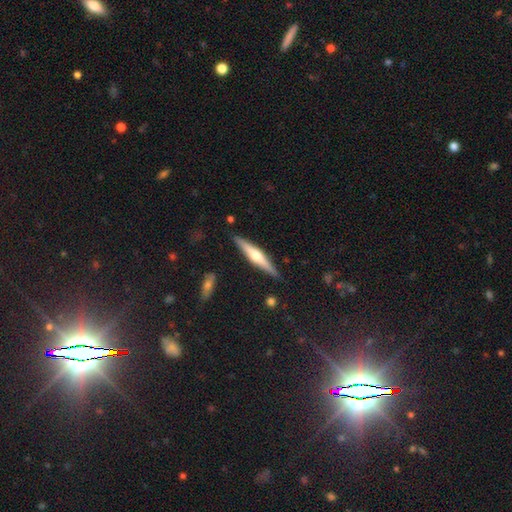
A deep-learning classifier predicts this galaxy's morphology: This appears to be a featured or disk galaxy (64%) viewed edge-on (97%) with a rounded central bulge (87%). Merging: none (89%).